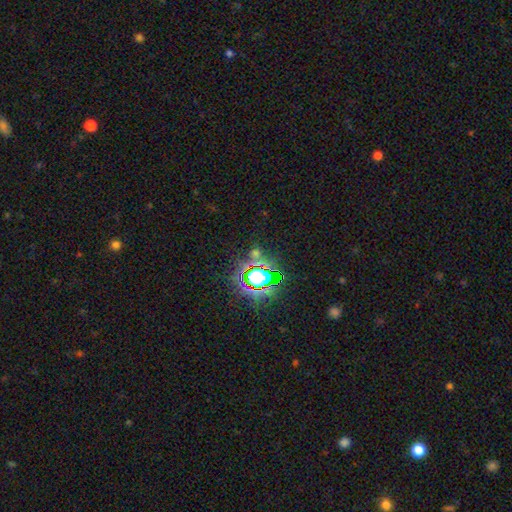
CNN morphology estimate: Overall: star or artifact (76%).